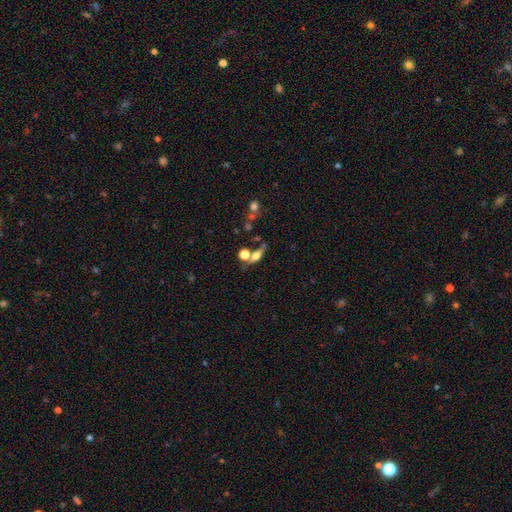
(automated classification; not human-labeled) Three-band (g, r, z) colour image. It shows a smooth galaxy with no disk features (53%) that is in between round and cigar-shaped (52%). Merging: none (50%).